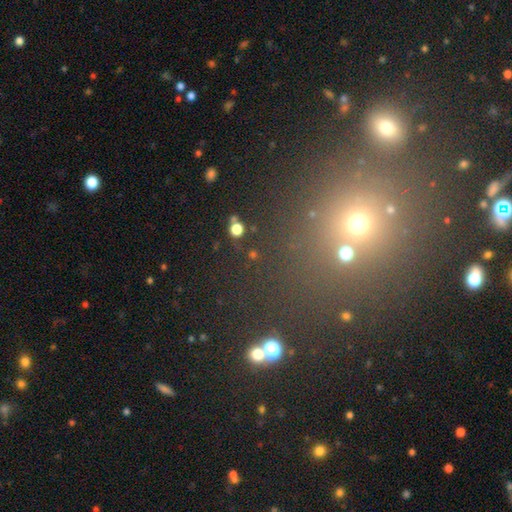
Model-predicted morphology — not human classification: Overall: star or artifact (57%; smooth 34%).